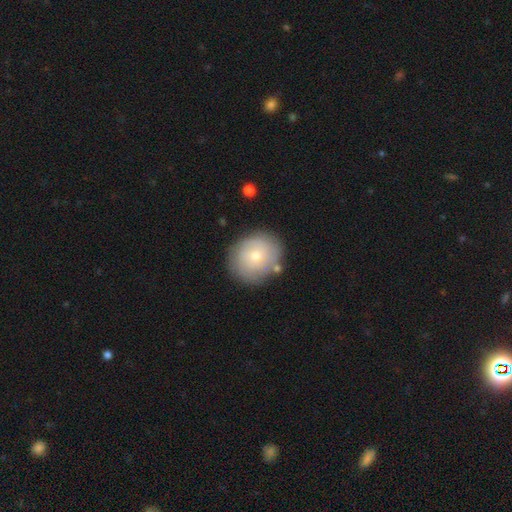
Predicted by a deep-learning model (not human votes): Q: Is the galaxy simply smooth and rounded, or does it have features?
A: smooth — 62%.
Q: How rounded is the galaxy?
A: round — 74%.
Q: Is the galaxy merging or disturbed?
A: none — 78%.